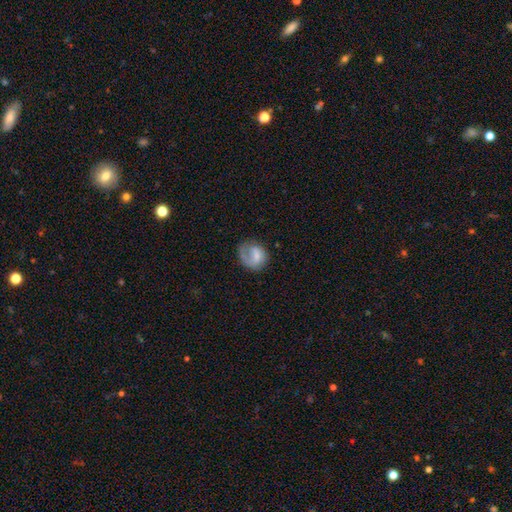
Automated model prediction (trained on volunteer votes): Overall: smooth (47%; featured or disk 45%). Merging: none (53%; major disturbance 22%).